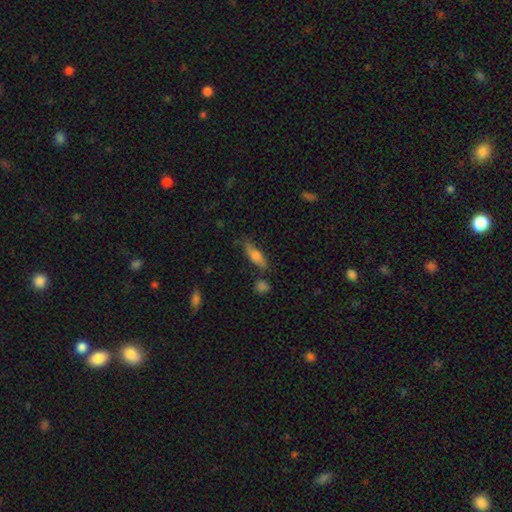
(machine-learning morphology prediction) A smooth galaxy with no disk features (65%) that is in between round and cigar-shaped (52%).

Vote fractions:
- Smooth or featured? smooth: 65% / featured or disk: 27% / star or artifact: 8%
- How rounded? in between: 52% / cigar-shaped: 45% / round: 3%
- Merging? none: 66% / minor disturbance: 21% / merger: 7% / major disturbance: 6%